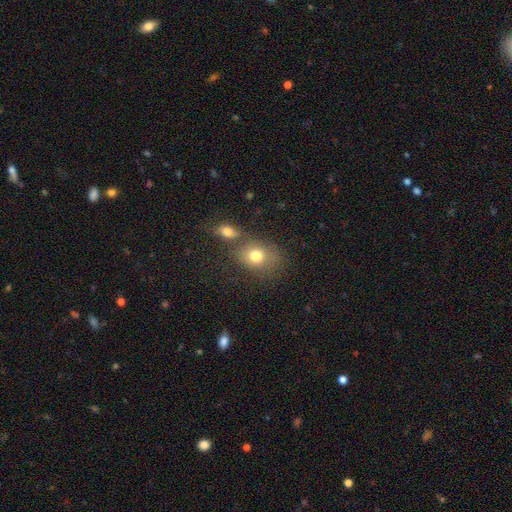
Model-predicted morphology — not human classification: type=smooth (77%); roundness=in between (55%); merging=none (56%).